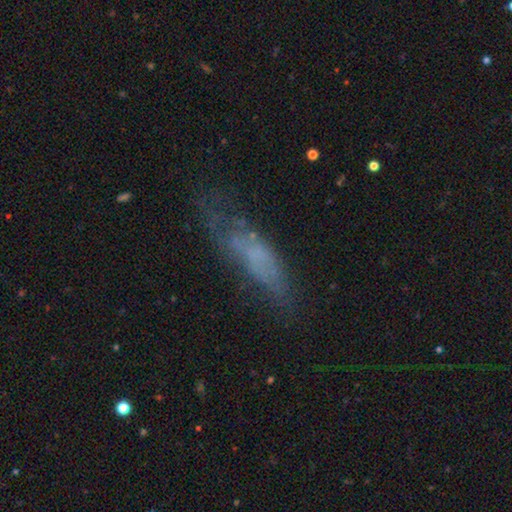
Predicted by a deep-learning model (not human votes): smooth_or_featured: smooth (p=0.47) [alt: featured or disk p=0.39]
merging: none (p=0.43) [alt: major disturbance p=0.26]